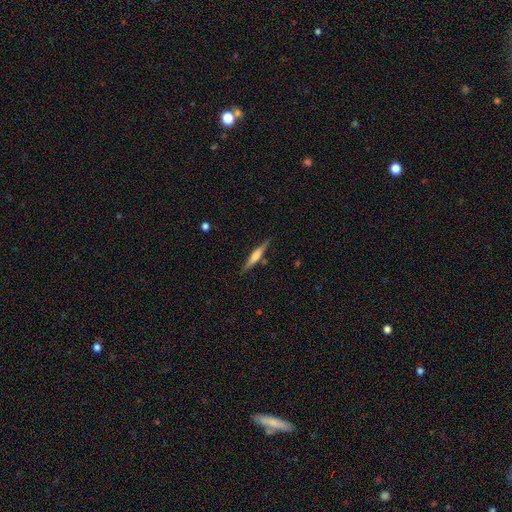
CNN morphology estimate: This is possibly a featured or disk galaxy (55%). It is clearly viewed edge-on (96%). Edge-on bulge: likely rounded (69%). Merging: clearly none (84%).